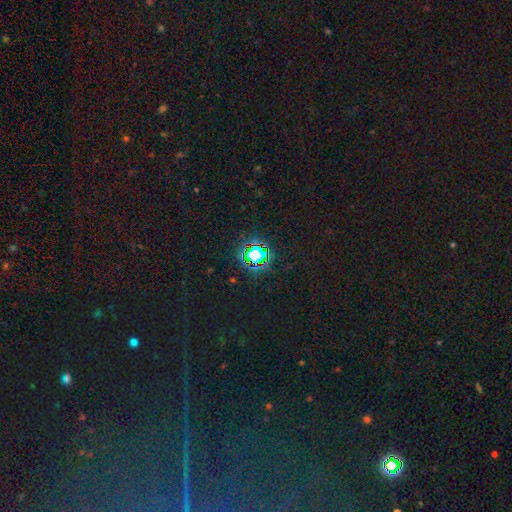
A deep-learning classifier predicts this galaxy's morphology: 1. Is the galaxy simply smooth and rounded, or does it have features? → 75% star or artifact, 15% smooth, 9% featured or disk.